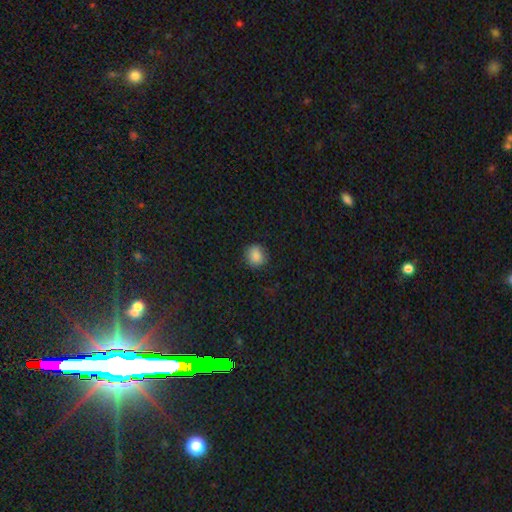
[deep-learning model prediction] A smooth galaxy with no disk features (86%) that is round (82%).

Vote fractions:
- Smooth or featured? smooth: 86% / star or artifact: 10% / featured or disk: 4%
- How rounded? round: 82% / in between: 17% / cigar-shaped: 1%
- Merging? none: 86% / minor disturbance: 11% / major disturbance: 3% / merger: 1%